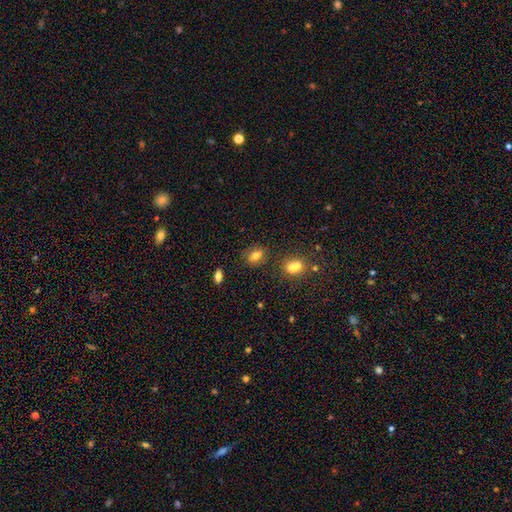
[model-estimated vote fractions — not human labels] smooth-or-featured: smooth: 74% | star or artifact: 13% | featured or disk: 13%
  how-rounded: in between: 72% | round: 25% | cigar-shaped: 3%
  merging: none: 75% | minor disturbance: 12% | merger: 9% | major disturbance: 4%